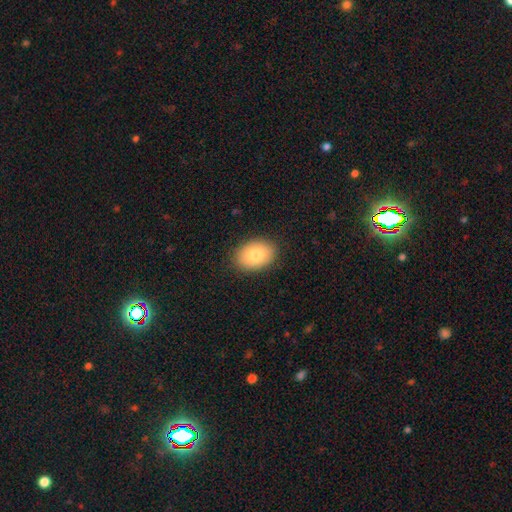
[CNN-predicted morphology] The model was most divided on "how rounded": in between: 79%, round: 20%, cigar-shaped: 1%. More confident: merging — none (88%); smooth or featured — smooth (79%).